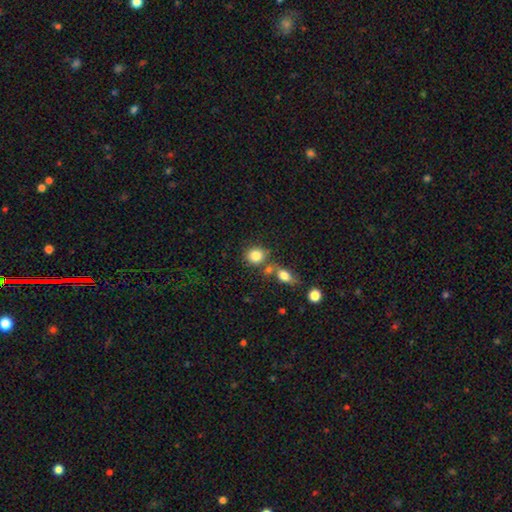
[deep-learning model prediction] smooth 84%, star or artifact 9%, featured or disk 7%. Down the decision tree: how rounded — round (79%); merging — none (61%).